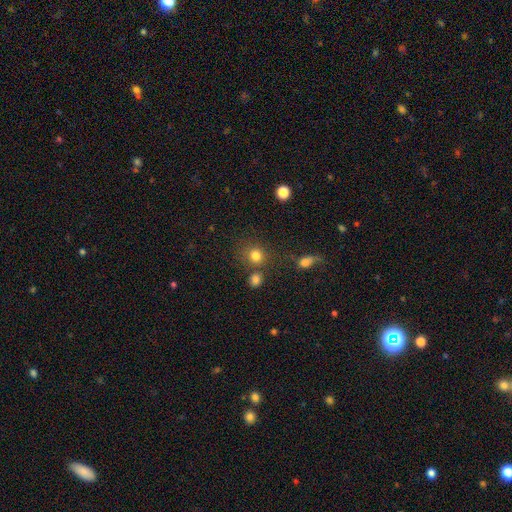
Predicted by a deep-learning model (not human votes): The model was most divided on "merging": none: 65%, merger: 17%, minor disturbance: 11%, major disturbance: 7%. More confident: how rounded — round (81%); smooth or featured — smooth (79%).